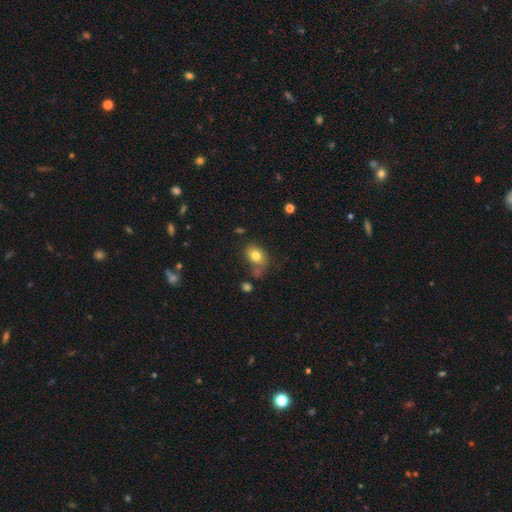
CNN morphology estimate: This is likely a smooth galaxy (79%). How rounded: likely in between (71%). Merging: likely none (63%).